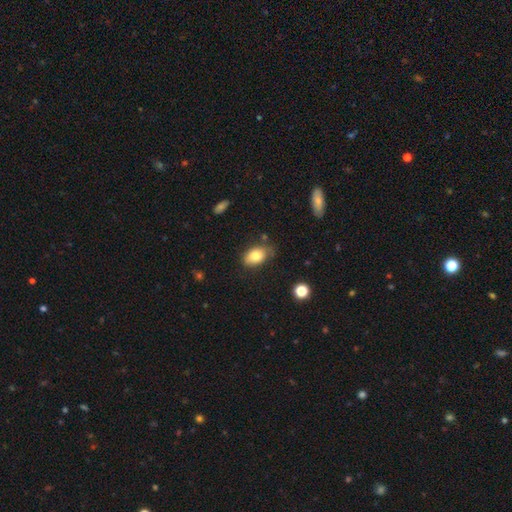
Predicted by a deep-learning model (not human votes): Smooth or featured? smooth (78%)
How rounded? in between (88%)
Merging? none (62%)